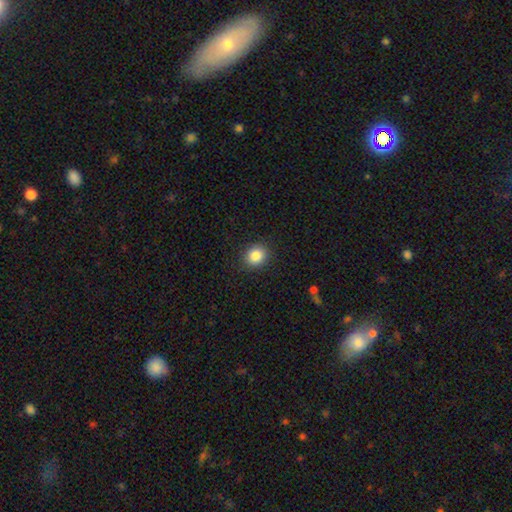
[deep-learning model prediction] smooth 85%, star or artifact 10%, featured or disk 5%. Down the decision tree: how rounded — round (73%); merging — none (90%).